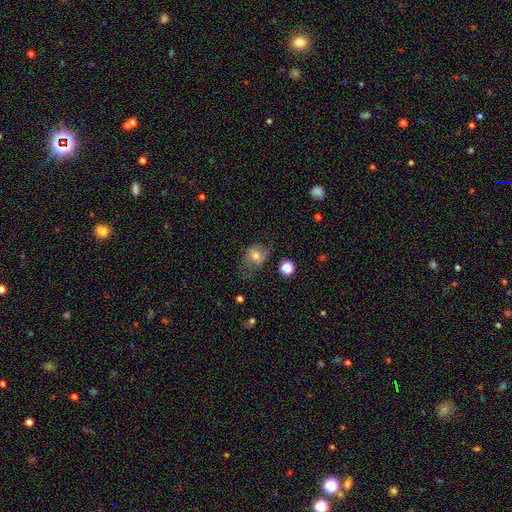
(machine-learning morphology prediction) The model was most divided on "how rounded": in between: 55%, round: 43%, cigar-shaped: 2%. More confident: smooth or featured — smooth (58%); merging — none (50%).